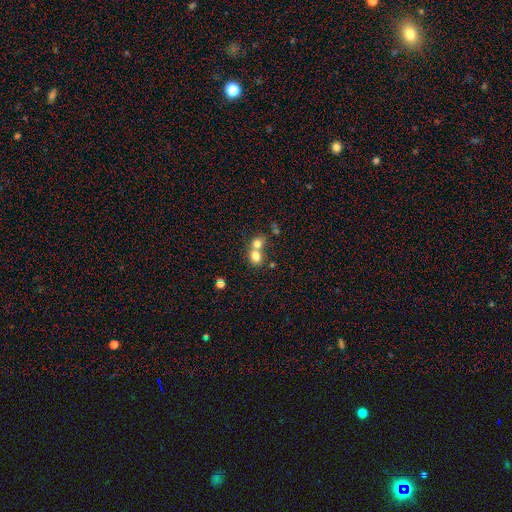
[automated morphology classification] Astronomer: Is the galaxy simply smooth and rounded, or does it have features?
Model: smooth — 76%.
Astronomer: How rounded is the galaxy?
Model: round — 61% (runner-up: in between, 38%).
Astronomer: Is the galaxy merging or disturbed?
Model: merger — 61%.